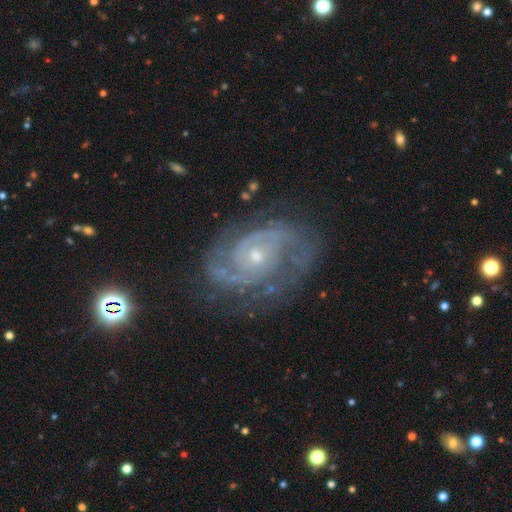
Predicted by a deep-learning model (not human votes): Q: Smooth or featured?
A: featured or disk (90%); runner-up: star or artifact (6%)
Q: Edge-on disk?
A: no (97%); runner-up: yes (3%)
Q: Bar?
A: no (70%); runner-up: weak (24%)
Q: Spiral arms?
A: yes (98%); runner-up: no (2%)
Q: Spiral winding?
A: tight (58%); runner-up: medium (36%)
Q: Spiral arm count?
A: 2 (62%); runner-up: 3 (15%)
Q: Bulge size?
A: small (63%); runner-up: moderate (33%)
Q: Merging?
A: none (72%); runner-up: minor disturbance (18%)